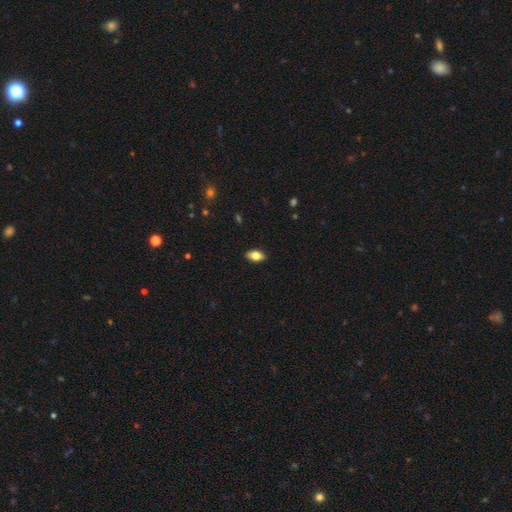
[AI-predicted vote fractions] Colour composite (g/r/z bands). It shows a smooth galaxy with no disk features (78%) that is in between round and cigar-shaped (91%). Merging: none (89%).